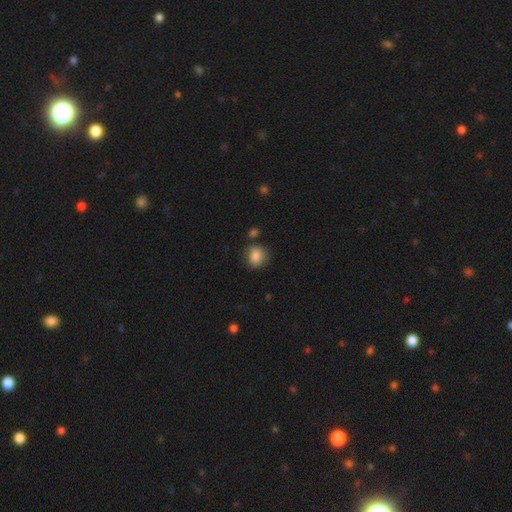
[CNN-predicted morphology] This appears to be a smooth galaxy with no disk features (84%) that is round (70%). Merging: none (72%).